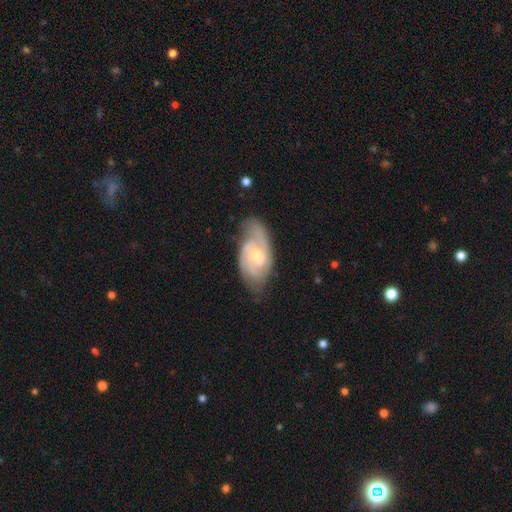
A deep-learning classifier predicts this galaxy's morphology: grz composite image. It shows a featured or disk galaxy (84%) with no bar (61%), 2 (58%) tight (49%) spiral arms (96%) and a small central bulge (54%). Merging: none (66%).